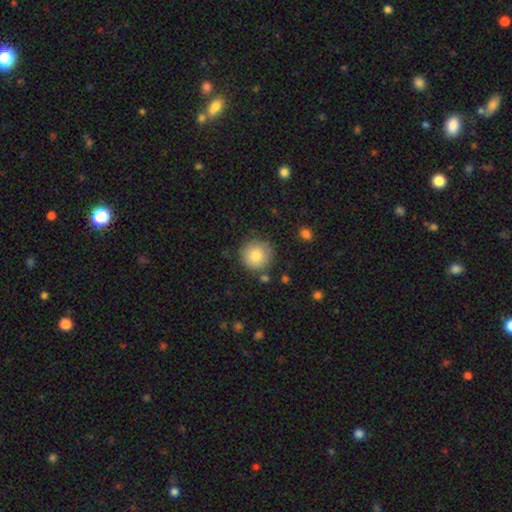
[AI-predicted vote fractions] smooth-or-featured: smooth: 82% | featured or disk: 10% | star or artifact: 8%
  how-rounded: round: 95% | in between: 4% | cigar-shaped: 1%
  merging: none: 83% | minor disturbance: 11% | merger: 3% | major disturbance: 3%